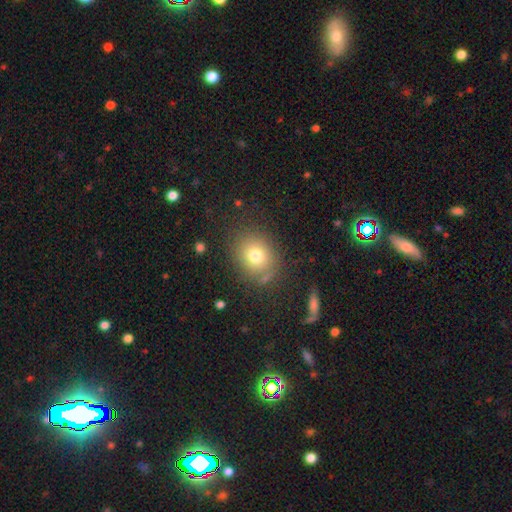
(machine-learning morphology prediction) Smooth or featured? smooth (74%)
How rounded? round (65%)
Merging? none (78%)